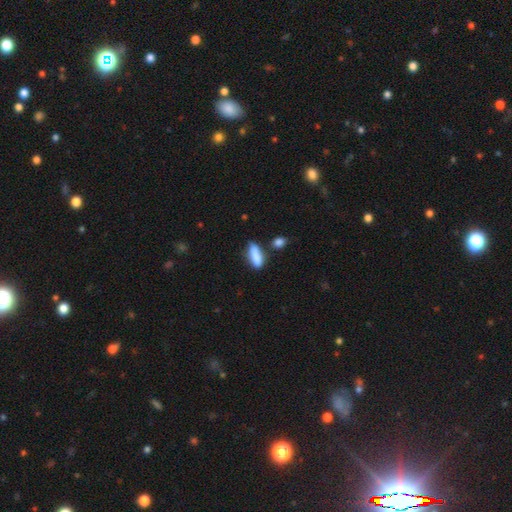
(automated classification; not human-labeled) Smooth or featured: smooth — 85% (featured or disk — 8%)
How rounded: in between — 58% (cigar-shaped — 39%)
Merging: none — 61% (minor disturbance — 22%)